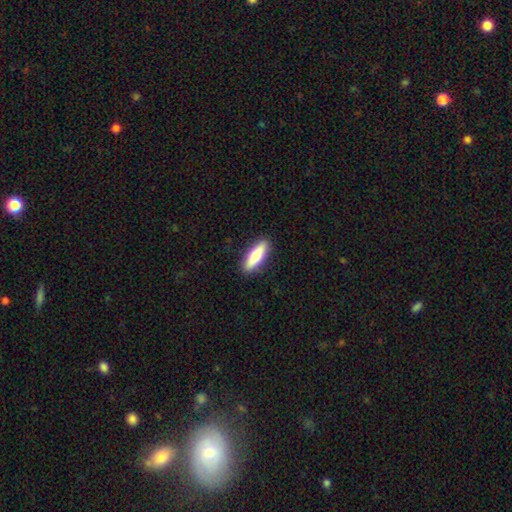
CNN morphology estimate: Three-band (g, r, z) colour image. It shows a smooth galaxy with no disk features (69%) that is cigar-shaped (54%). Merging: none (90%).